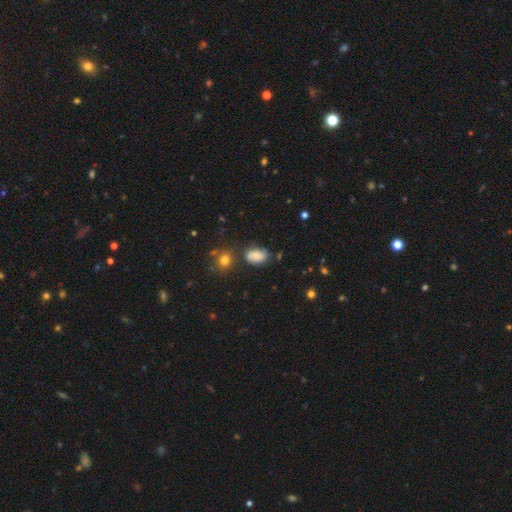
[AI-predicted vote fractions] A smooth galaxy with no disk features (77%) that is in between round and cigar-shaped (87%).

Vote fractions:
- Smooth or featured? smooth: 77% / featured or disk: 12% / star or artifact: 11%
- How rounded? in between: 87% / round: 12% / cigar-shaped: 2%
- Merging? none: 60% / minor disturbance: 26% / major disturbance: 7% / merger: 6%